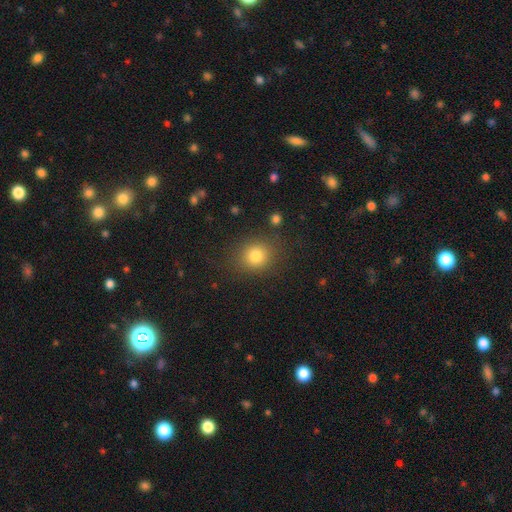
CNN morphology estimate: Smooth or featured: smooth — 79% (star or artifact — 13%)
How rounded: round — 77% (in between — 22%)
Merging: none — 84% (minor disturbance — 10%)